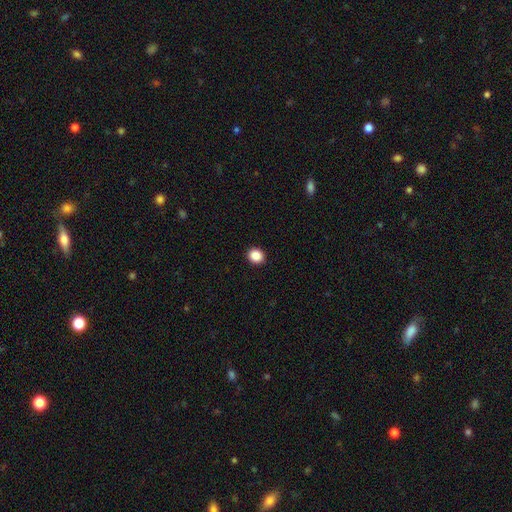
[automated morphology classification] A smooth galaxy with no disk features (88%) that is round (77%).

Vote fractions:
- Smooth or featured? smooth: 88% / star or artifact: 9% / featured or disk: 3%
- How rounded? round: 77% / in between: 22% / cigar-shaped: 1%
- Merging? none: 93% / minor disturbance: 5% / major disturbance: 2% / merger: 1%